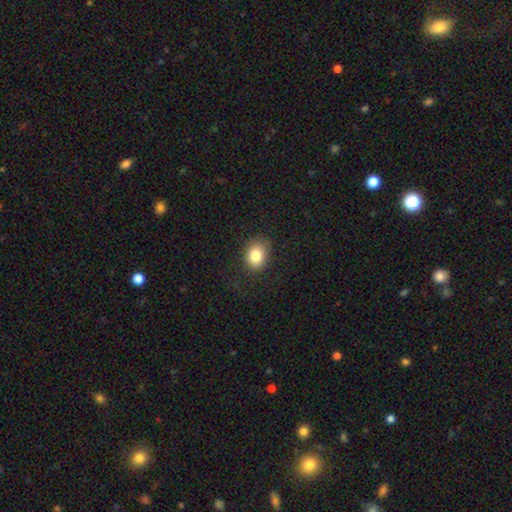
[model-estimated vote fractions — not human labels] Smooth or featured?
  - smooth: 83% *
  - star or artifact: 10%
  - featured or disk: 8%
How rounded?
  - in between: 57% *
  - round: 43%
  - cigar-shaped: 1%
Merging?
  - none: 77% *
  - minor disturbance: 16%
  - major disturbance: 6%
  - merger: 1%